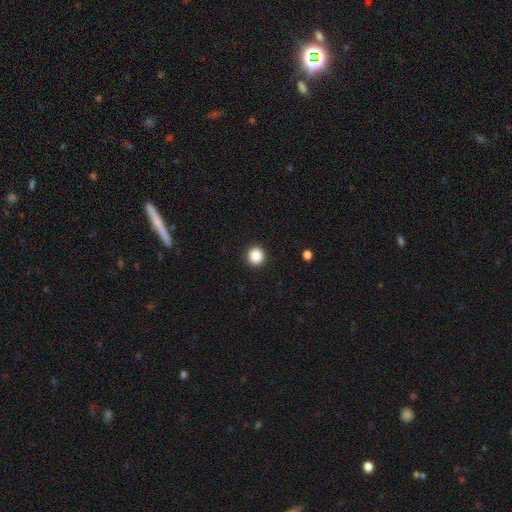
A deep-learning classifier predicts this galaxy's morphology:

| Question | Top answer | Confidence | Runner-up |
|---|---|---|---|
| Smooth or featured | smooth | 88% | star or artifact (9%) |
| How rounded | round | 94% | in between (5%) |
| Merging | none | 93% | minor disturbance (5%) |